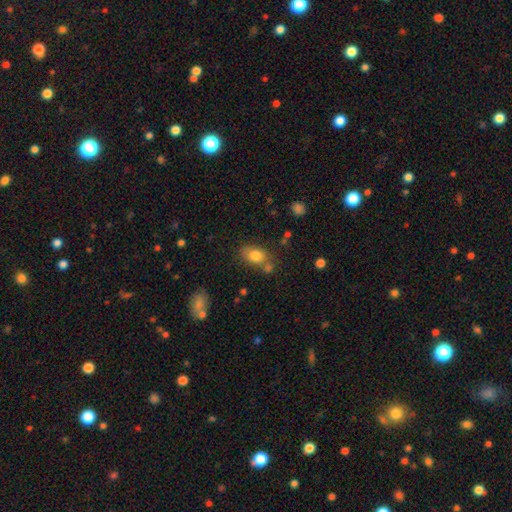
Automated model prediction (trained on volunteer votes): The model was most divided on "merging": none: 60%, minor disturbance: 17%, merger: 17%, major disturbance: 6%. More confident: smooth or featured — smooth (81%); how rounded — in between (79%).